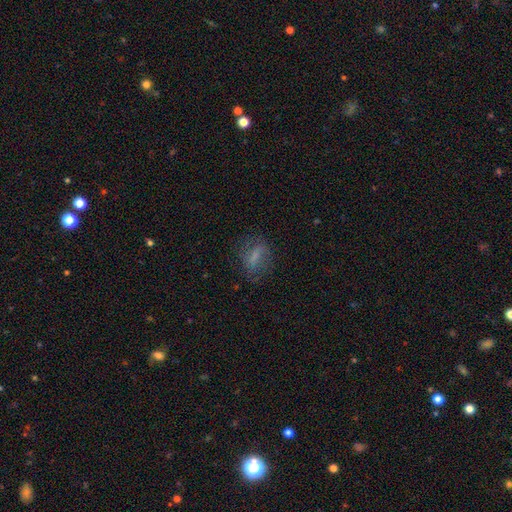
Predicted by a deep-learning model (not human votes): A smooth galaxy with no disk features (55%) that is in between round and cigar-shaped (67%).

Vote fractions:
- Smooth or featured? smooth: 55% / featured or disk: 33% / star or artifact: 12%
- How rounded? in between: 67% / round: 18% / cigar-shaped: 15%
- Merging? none: 68% / minor disturbance: 19% / major disturbance: 12% / merger: 1%